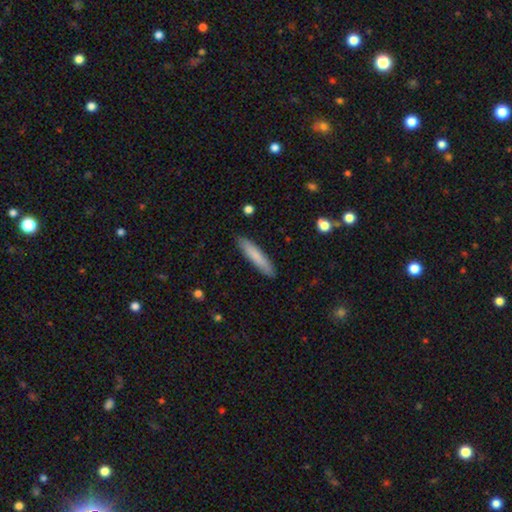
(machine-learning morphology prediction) smooth-or-featured: smooth: 81% | featured or disk: 14% | star or artifact: 6%
  how-rounded: cigar-shaped: 90% | in between: 9% | round: 1%
  merging: none: 90% | minor disturbance: 7% | major disturbance: 1% | merger: 1%